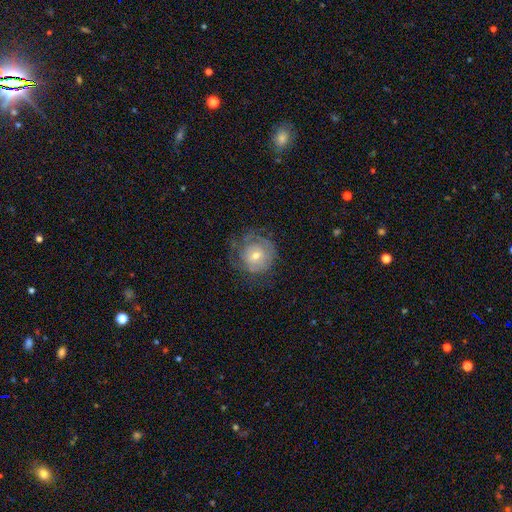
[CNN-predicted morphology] smooth_or_featured: featured or disk (p=0.55) [alt: smooth p=0.37]
disk_edge_on: no (p=0.96) [alt: yes p=0.04]
bar: no (p=0.70) [alt: weak p=0.25]
has_spiral_arms: yes (p=0.67) [alt: no p=0.33]
bulge_size: moderate (p=0.53) [alt: small p=0.41]
merging: none (p=0.57) [alt: minor disturbance p=0.22]